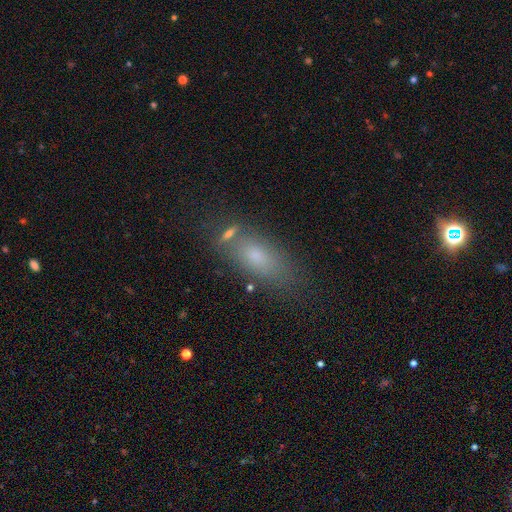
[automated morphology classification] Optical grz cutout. It shows a smooth galaxy with no disk features (68%) that is in between round and cigar-shaped (74%). Merging: none (66%).